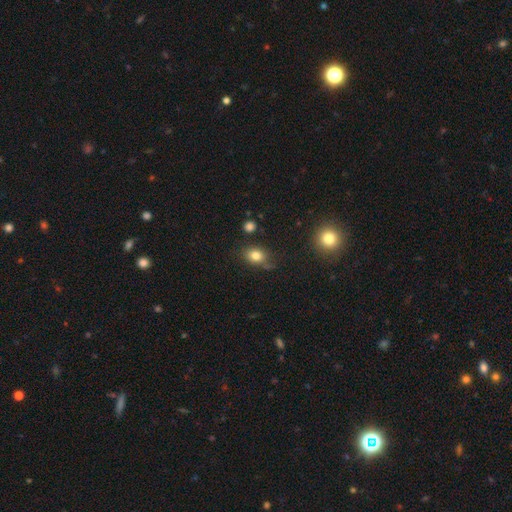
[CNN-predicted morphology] Smooth or featured? smooth (80%)
How rounded? in between (60%)
Merging? none (69%)